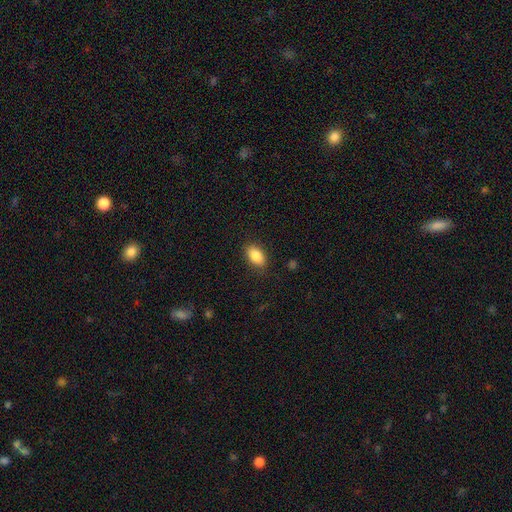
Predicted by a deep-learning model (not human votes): Morphology: type=smooth (86%); roundness=in between (90%); merging=none (87%).